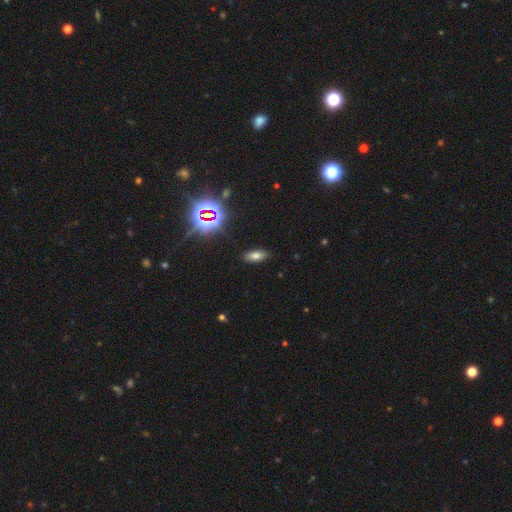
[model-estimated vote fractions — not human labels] Smooth or featured? smooth (66%)
How rounded? in between (83%)
Merging? none (88%)